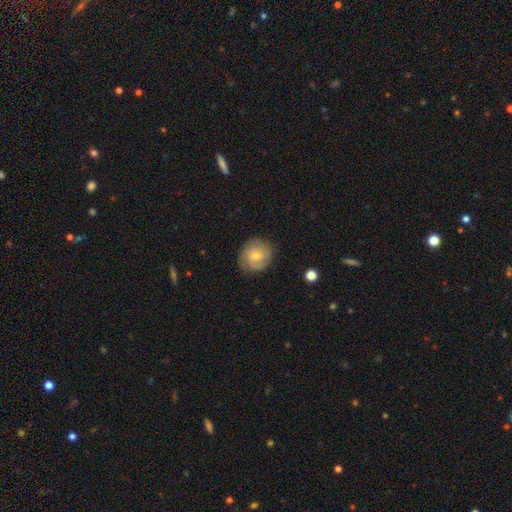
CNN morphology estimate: This appears to be a featured or disk galaxy (52%) with no bar (69%), spiral arms (83%) and a small central bulge (53%). Merging: none (81%).